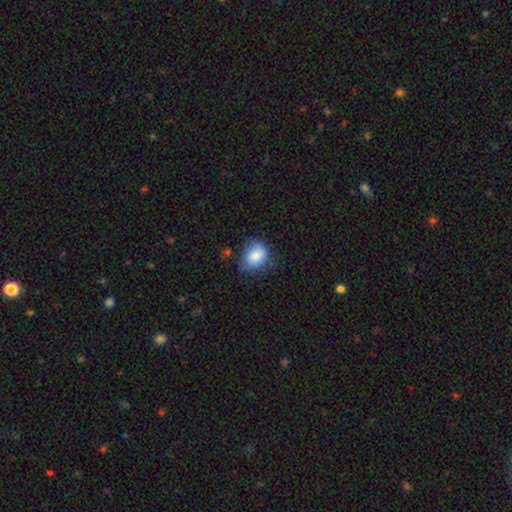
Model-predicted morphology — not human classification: Smooth or featured? Predicted: smooth (p=0.80). How rounded? Predicted: in between (p=0.52). Merging? Predicted: none (p=0.55).